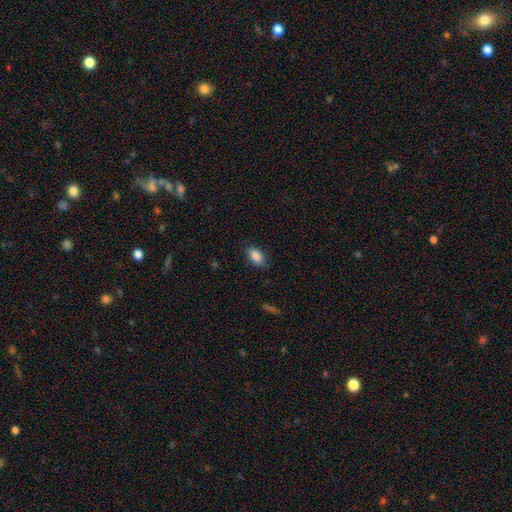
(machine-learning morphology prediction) This is clearly a smooth galaxy (88%). How rounded: clearly in between (90%). Merging: clearly none (82%).